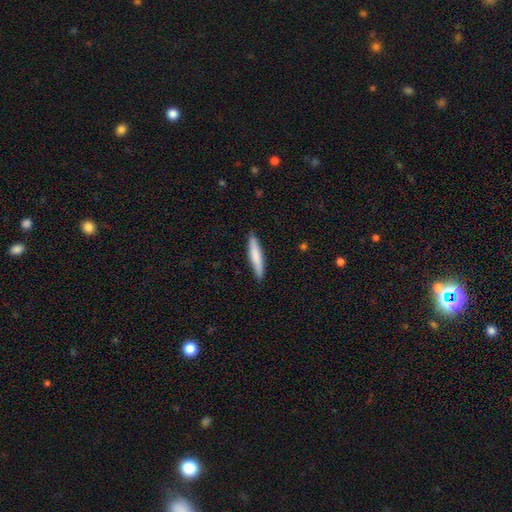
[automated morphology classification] This appears to be a smooth galaxy with no disk features (77%) that is cigar-shaped (90%). Merging: none (87%).